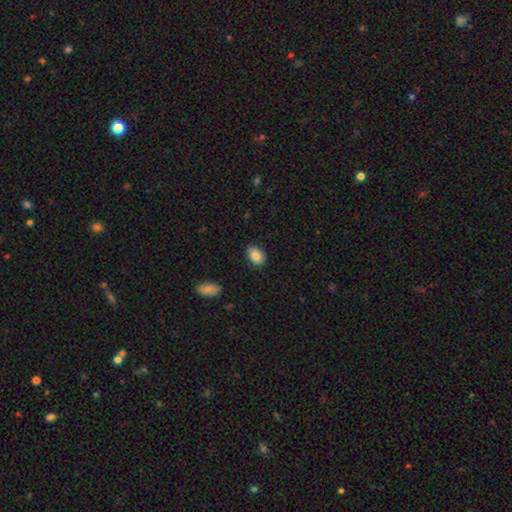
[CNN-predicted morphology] smooth_or_featured: smooth (p=0.84) [alt: featured or disk p=0.08]
how_rounded: in between (p=0.77) [alt: round p=0.22]
merging: none (p=0.82) [alt: minor disturbance p=0.14]